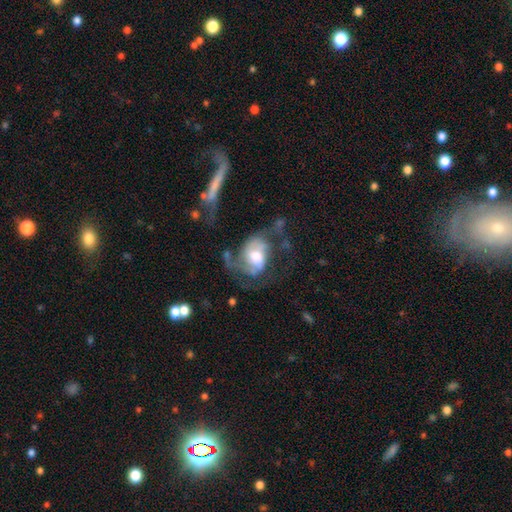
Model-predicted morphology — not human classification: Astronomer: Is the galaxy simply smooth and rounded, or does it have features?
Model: featured or disk — 70%.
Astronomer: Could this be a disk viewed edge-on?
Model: no — 97%.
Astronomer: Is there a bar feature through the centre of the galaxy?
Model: no — 55% (runner-up: weak, 36%).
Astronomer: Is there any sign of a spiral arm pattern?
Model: yes — 83%.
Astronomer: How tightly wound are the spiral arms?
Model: medium — 43% (runner-up: loose, 38%).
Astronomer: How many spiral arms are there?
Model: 2 — 54%.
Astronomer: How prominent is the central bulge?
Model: moderate — 54%.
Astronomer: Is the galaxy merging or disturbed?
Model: major disturbance — 38% (runner-up: none, 35%).